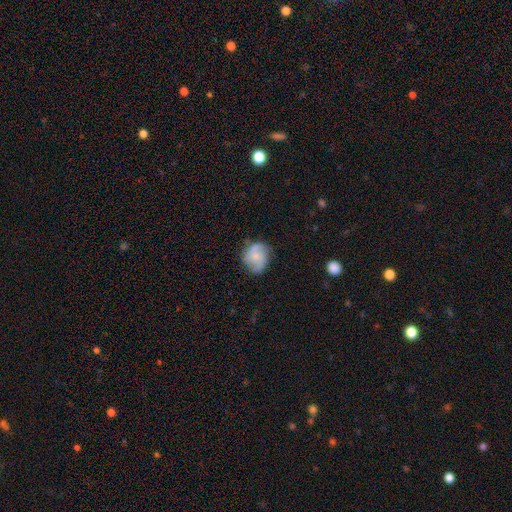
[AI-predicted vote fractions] smooth 48%, featured or disk 43%, star or artifact 8%. Down the decision tree: merging — none (67%).